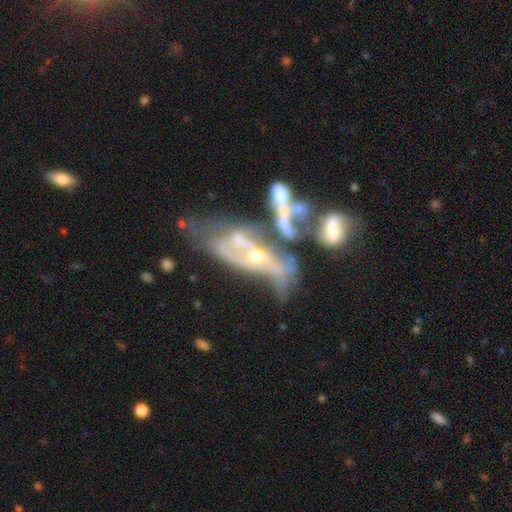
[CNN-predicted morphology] Q: Smooth or featured?
A: featured or disk (76%); runner-up: star or artifact (12%)
Q: Edge-on disk?
A: no (86%); runner-up: yes (14%)
Q: Bar?
A: no (65%); runner-up: weak (22%)
Q: Spiral arms?
A: yes (57%); runner-up: no (43%)
Q: Bulge size?
A: small (48%); runner-up: moderate (41%)
Q: Merging?
A: merger (48%); runner-up: major disturbance (24%)